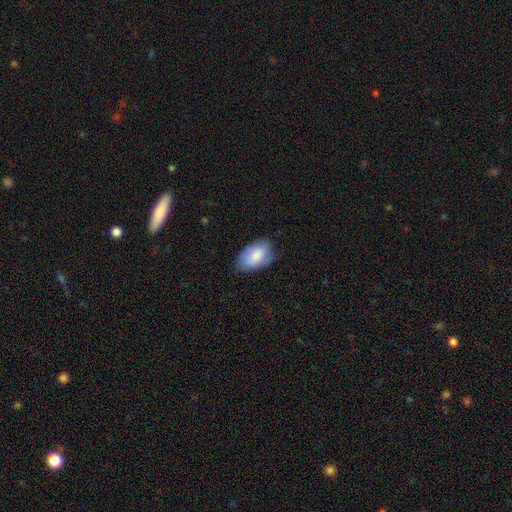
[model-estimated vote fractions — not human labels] smooth 84%, featured or disk 10%, star or artifact 6%. Down the decision tree: how rounded — in between (93%); merging — none (71%).